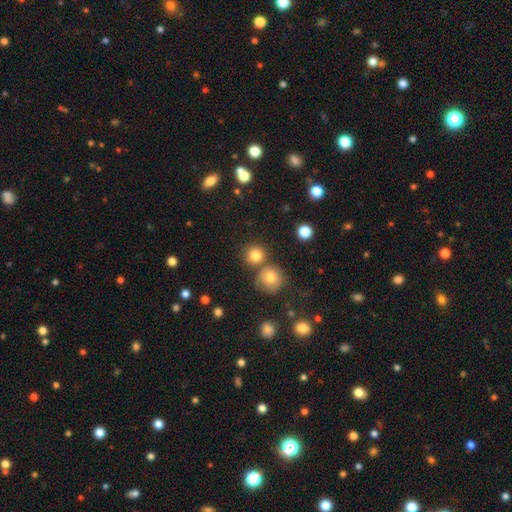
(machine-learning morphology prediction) Smooth or featured? smooth (81%)
How rounded? round (91%)
Merging? none (68%)